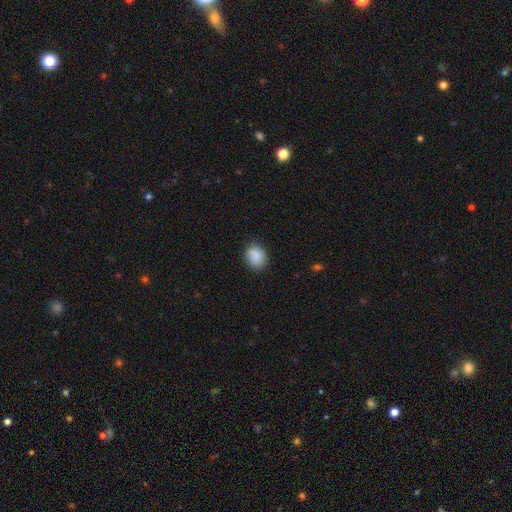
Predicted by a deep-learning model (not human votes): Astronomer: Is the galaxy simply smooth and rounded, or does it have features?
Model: smooth — 88%.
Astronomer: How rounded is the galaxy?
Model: round — 60% (runner-up: in between, 39%).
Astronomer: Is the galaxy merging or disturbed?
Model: none — 83%.